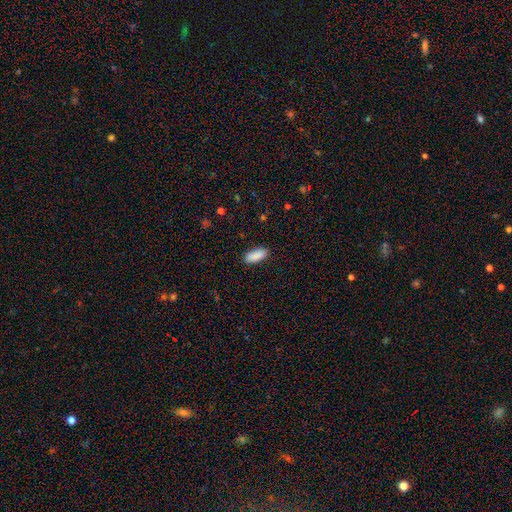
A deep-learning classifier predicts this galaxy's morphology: Smooth or featured? Predicted: smooth (p=0.90). How rounded? Predicted: in between (p=0.80). Merging? Predicted: none (p=0.89).